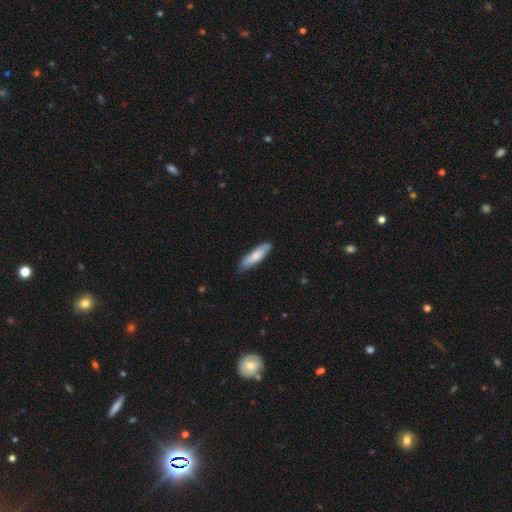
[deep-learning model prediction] Q: Smooth or featured?
A: smooth (72%); runner-up: featured or disk (22%)
Q: How rounded?
A: cigar-shaped (68%); runner-up: in between (31%)
Q: Merging?
A: none (79%); runner-up: minor disturbance (17%)